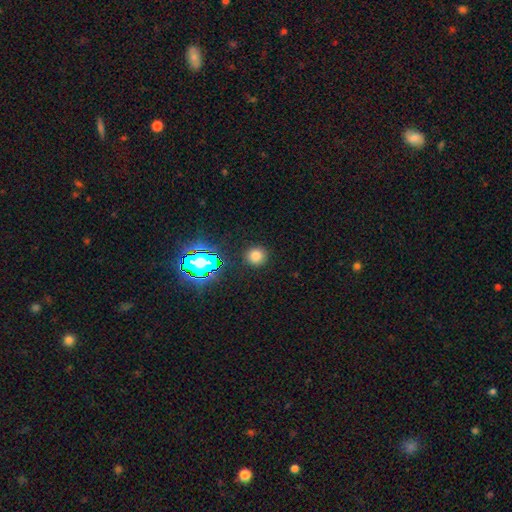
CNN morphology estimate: A smooth galaxy with no disk features (74%) that is round (91%). Merging: none (89%).